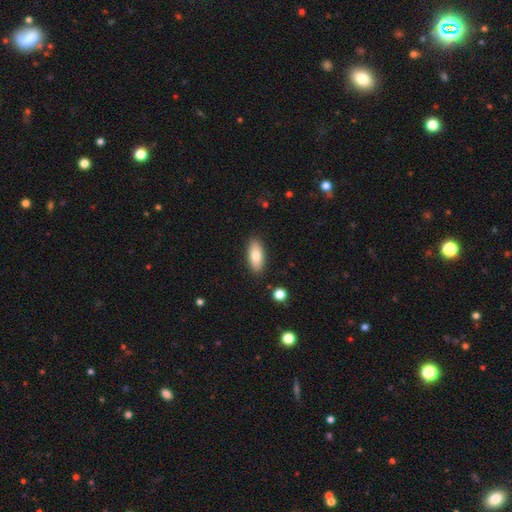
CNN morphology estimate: The model was most divided on "how rounded": in between: 83%, cigar-shaped: 15%, round: 2%. More confident: merging — none (88%); smooth or featured — smooth (81%).